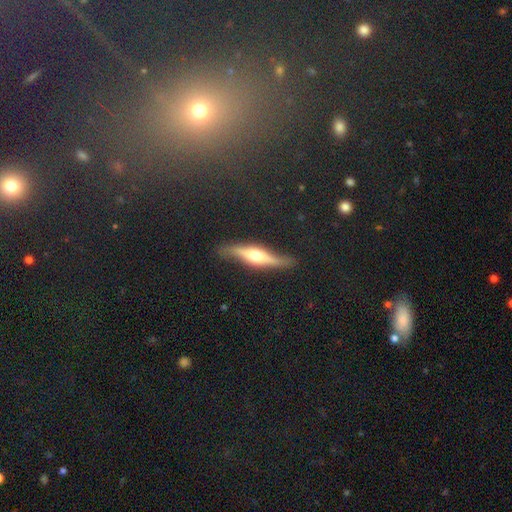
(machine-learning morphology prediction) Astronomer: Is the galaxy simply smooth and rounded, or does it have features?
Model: featured or disk — 73%.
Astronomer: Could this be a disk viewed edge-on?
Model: yes — 87%.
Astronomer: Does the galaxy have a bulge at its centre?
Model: rounded — 86%.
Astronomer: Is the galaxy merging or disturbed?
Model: none — 77%.